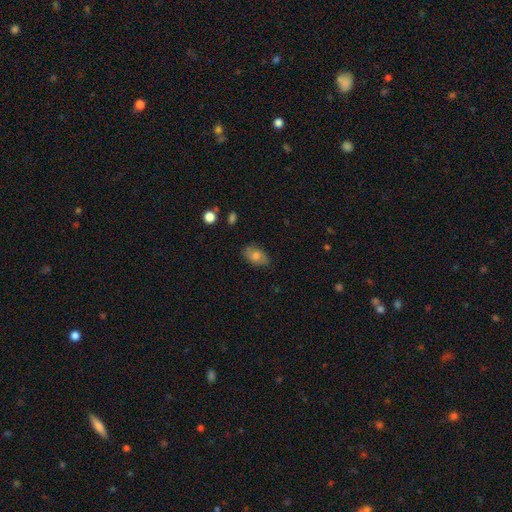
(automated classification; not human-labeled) This appears to be a smooth galaxy with no disk features (72%) that is in between round and cigar-shaped (88%). Merging: none (76%).